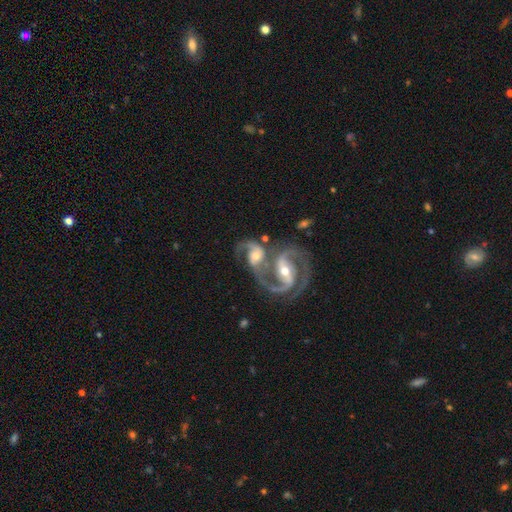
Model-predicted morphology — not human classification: This appears to be a featured or disk galaxy (88%) with a weak bar (37%), 2 (88%) medium (62%) spiral arms (97%) and a moderate central bulge (64%). Merging: merger (64%).